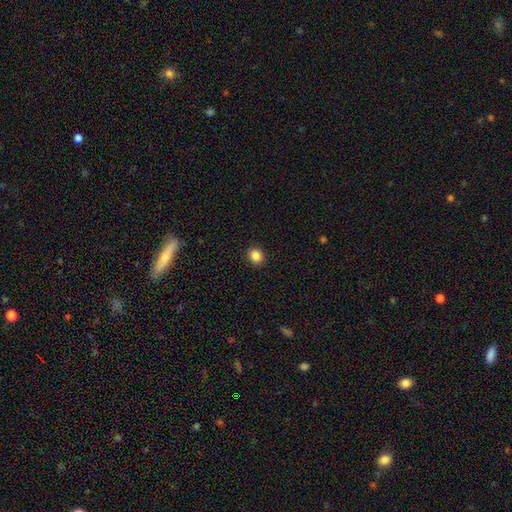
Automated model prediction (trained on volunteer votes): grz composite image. It shows a smooth galaxy with no disk features (86%) that is round (72%). Merging: none (91%).